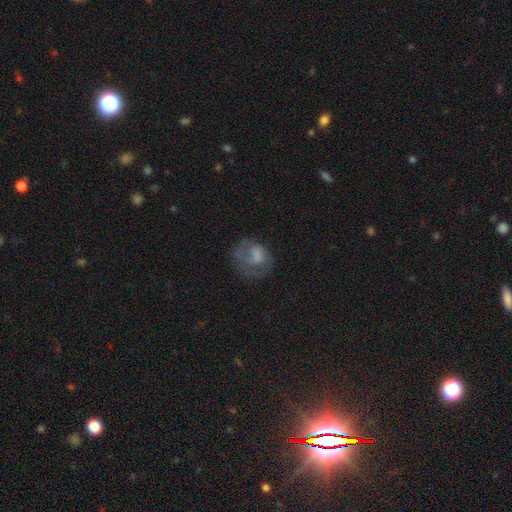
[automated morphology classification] Smooth or featured? smooth (53%)
How rounded? round (51%)
Merging? none (41%)